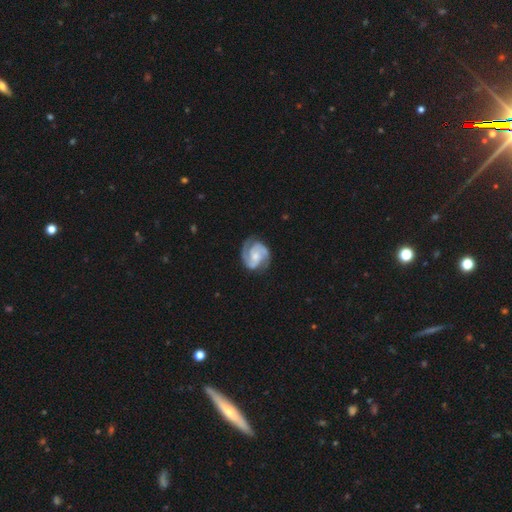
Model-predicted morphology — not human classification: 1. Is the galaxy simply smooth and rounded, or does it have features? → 90% featured or disk, 6% smooth, 4% star or artifact.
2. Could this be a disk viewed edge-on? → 98% no, 2% yes.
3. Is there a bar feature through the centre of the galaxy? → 59% no, 32% weak, 9% strong.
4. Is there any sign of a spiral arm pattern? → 98% yes, 2% no.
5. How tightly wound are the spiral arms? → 48% tight, 44% medium, 8% loose.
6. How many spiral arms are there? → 82% 2, 10% 3, 3% can't tell, 2% 1, 2% 4, 1% more than 4.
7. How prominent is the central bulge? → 45% small, 42% moderate, 8% none, 4% large, 1% dominant.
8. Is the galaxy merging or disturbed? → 78% none, 16% minor disturbance, 5% major disturbance, 1% merger.